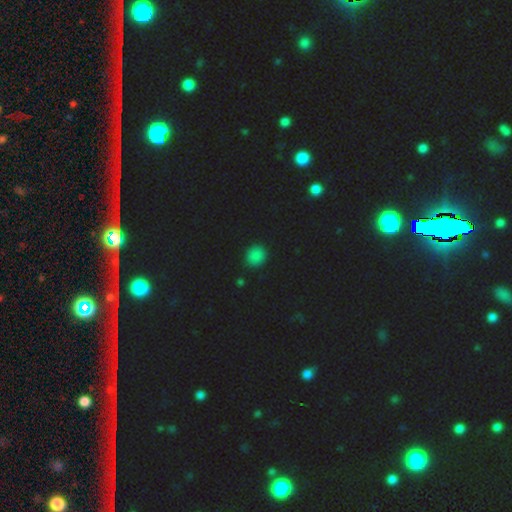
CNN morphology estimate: A smooth galaxy with no disk features (77%) that is round (78%). Merging: none (90%).